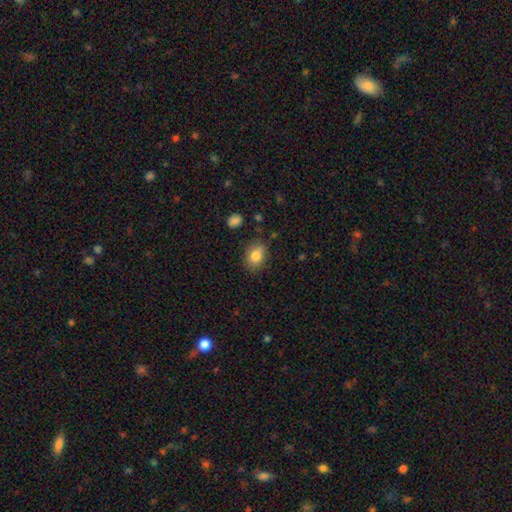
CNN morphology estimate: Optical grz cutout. It shows a smooth galaxy with no disk features (82%) that is in between round and cigar-shaped (63%). Merging: none (78%).